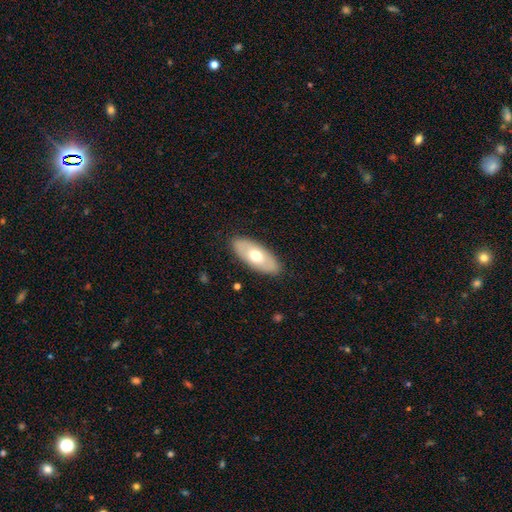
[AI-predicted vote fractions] A smooth galaxy with no disk features (60%) that is in between round and cigar-shaped (88%).

Vote fractions:
- Smooth or featured? smooth: 60% / featured or disk: 35% / star or artifact: 5%
- How rounded? in between: 88% / cigar-shaped: 9% / round: 3%
- Merging? none: 87% / minor disturbance: 10% / major disturbance: 2% / merger: 1%